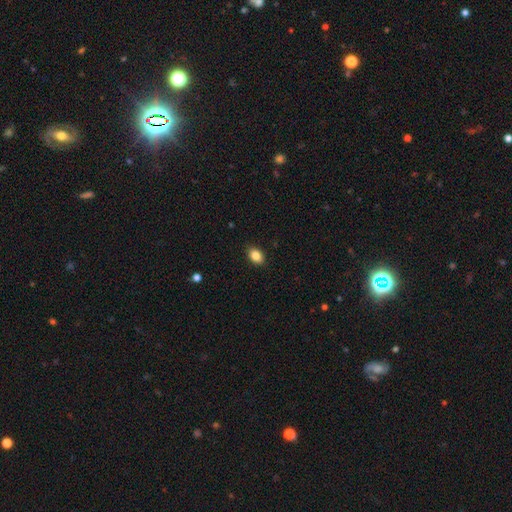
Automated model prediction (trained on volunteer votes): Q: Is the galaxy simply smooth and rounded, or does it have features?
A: smooth — 86%.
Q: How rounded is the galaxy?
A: in between — 84%.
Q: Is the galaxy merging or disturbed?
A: none — 89%.